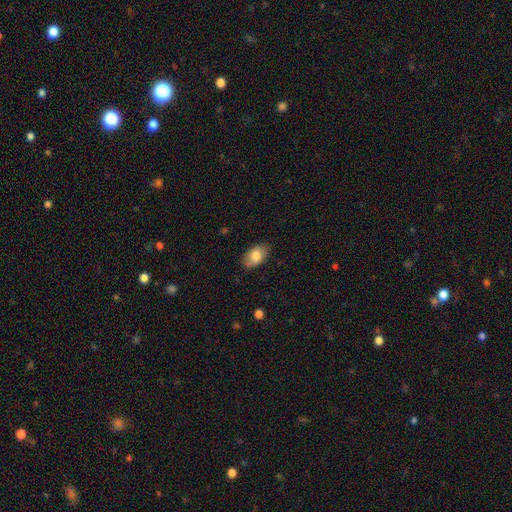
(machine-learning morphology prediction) Smooth or featured: smooth — 82% (featured or disk — 12%)
How rounded: in between — 92% (round — 7%)
Merging: none — 83% (minor disturbance — 13%)